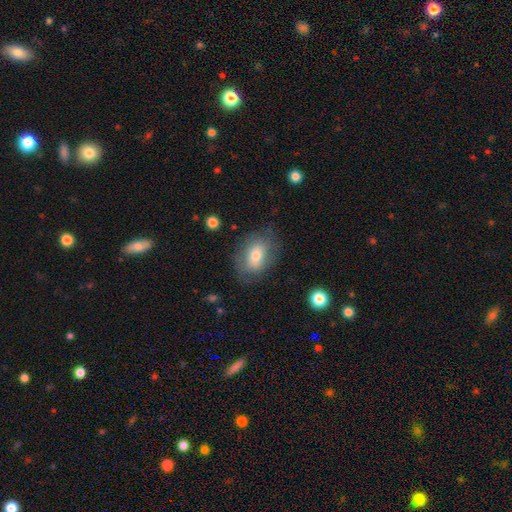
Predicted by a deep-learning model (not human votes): Overall: smooth (67%). How rounded: in between (81%). Merging: none (71%).